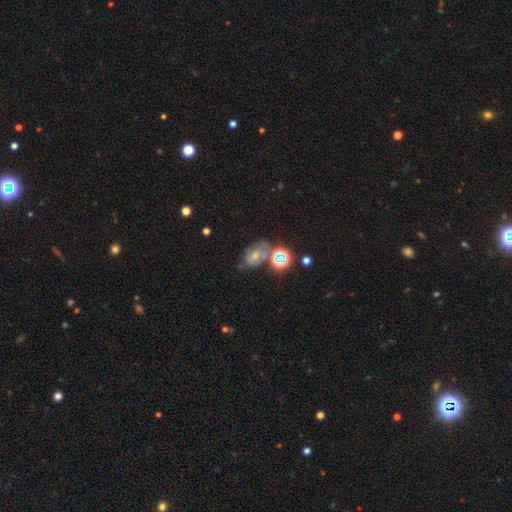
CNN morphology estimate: smooth_or_featured: smooth (p=0.36) [alt: star or artifact p=0.32]
merging: none (p=0.48) [alt: minor disturbance p=0.22]